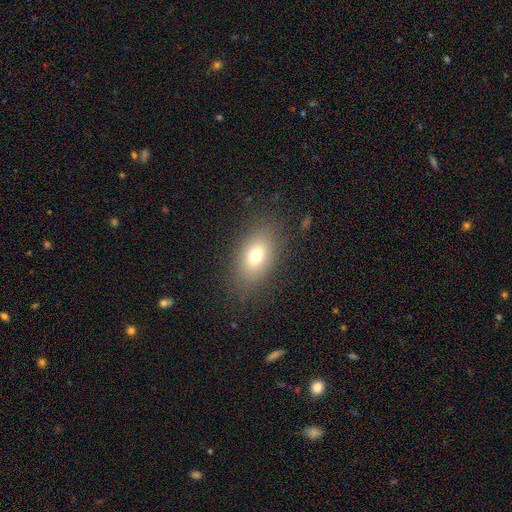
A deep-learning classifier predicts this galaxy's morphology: type=smooth (73%); roundness=in between (85%); merging=none (82%).